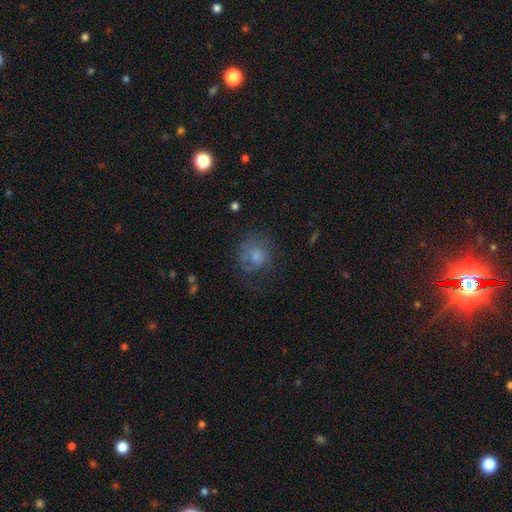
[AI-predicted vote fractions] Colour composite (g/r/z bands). It shows a smooth galaxy with no disk features (53%) that is round (77%). Merging: none (56%).